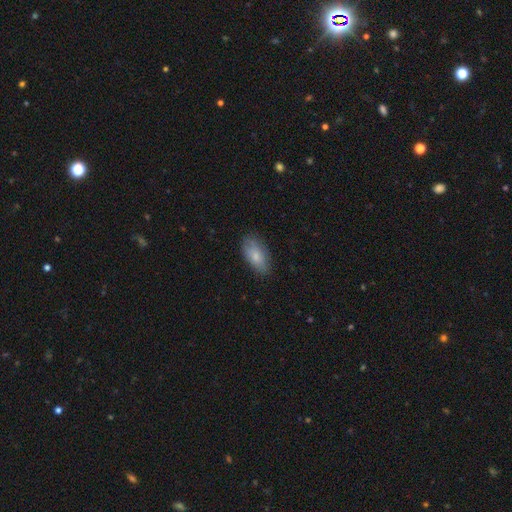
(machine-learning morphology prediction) smooth_or_featured: smooth (p=0.79) [alt: featured or disk p=0.15]
how_rounded: in between (p=0.91) [alt: cigar-shaped p=0.06]
merging: none (p=0.80) [alt: minor disturbance p=0.16]